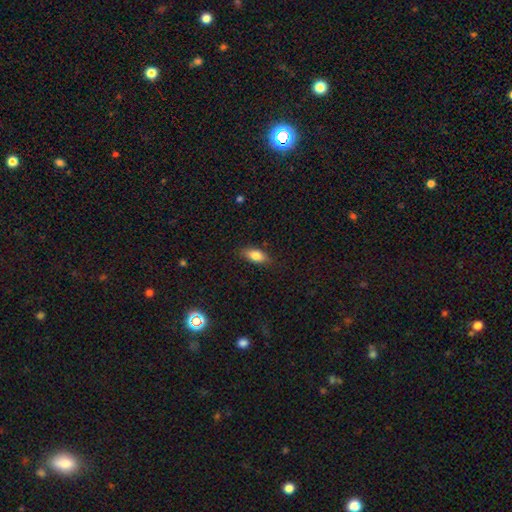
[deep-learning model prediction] A smooth galaxy with no disk features (80%) that is in between round and cigar-shaped (83%). Merging: none (84%).